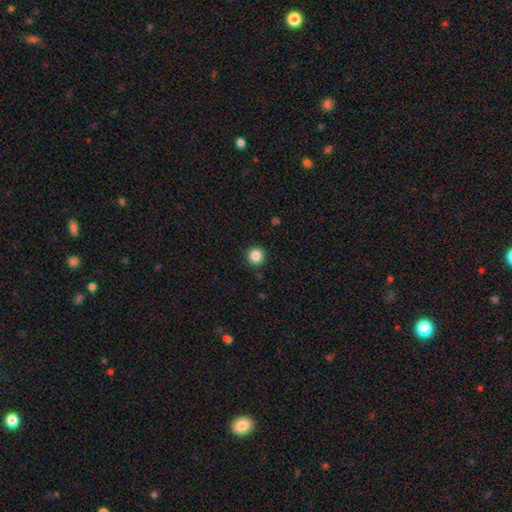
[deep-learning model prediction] Smooth or featured: smooth — 85% (star or artifact — 11%)
How rounded: round — 96% (in between — 3%)
Merging: none — 92% (minor disturbance — 5%)